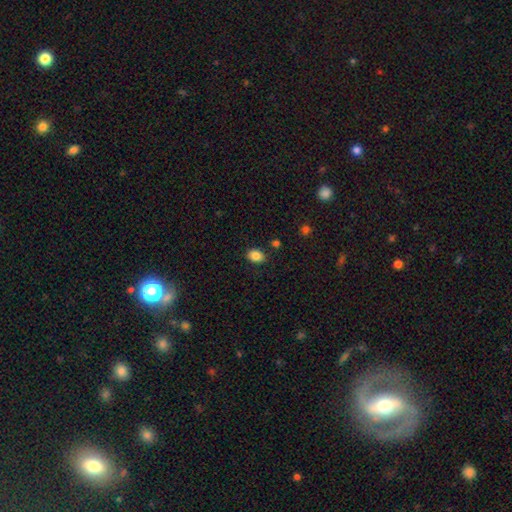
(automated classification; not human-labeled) Morphology: type=smooth (85%); roundness=in between (69%); merging=none (84%).